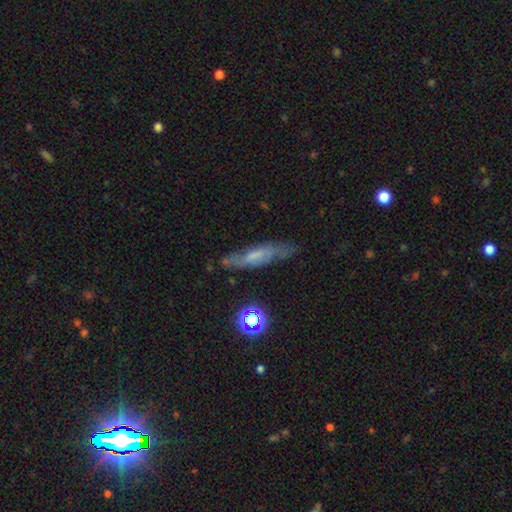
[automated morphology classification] Smooth or featured? Predicted: featured or disk (p=0.45). Merging? Predicted: none (p=0.69).